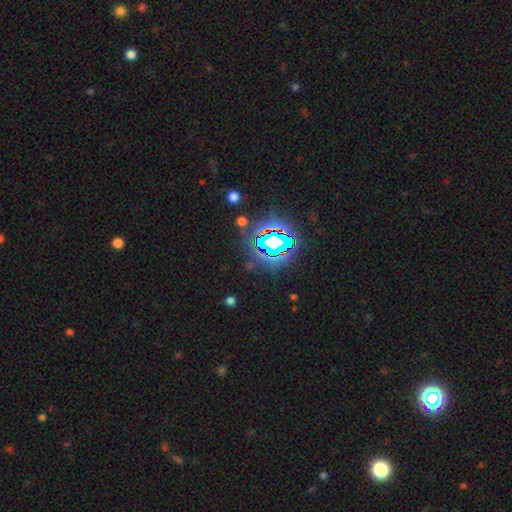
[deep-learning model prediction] A star or artifact, not a galaxy (84%).